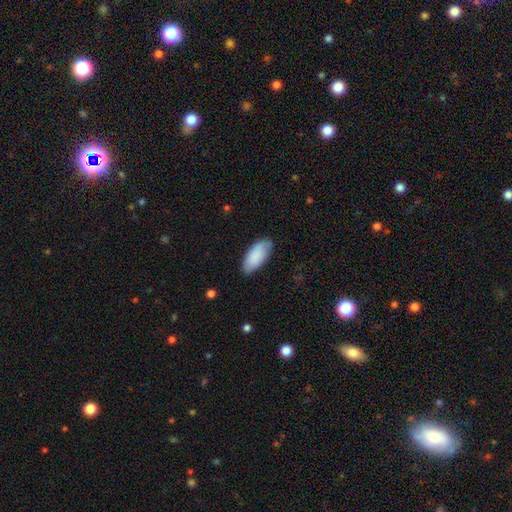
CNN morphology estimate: The model was most divided on "merging": none: 78%, minor disturbance: 18%, major disturbance: 3%, merger: 1%. More confident: how rounded — in between (90%); smooth or featured — smooth (84%).